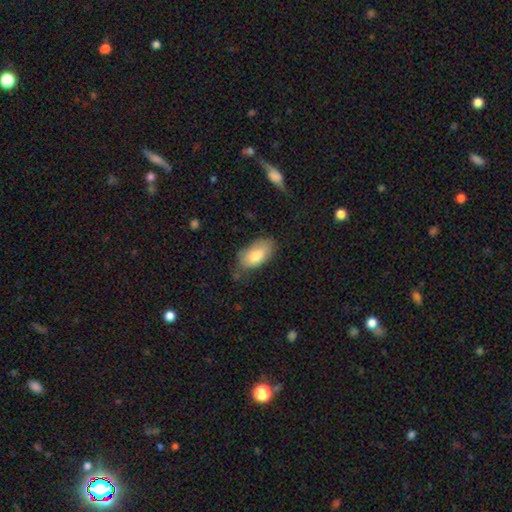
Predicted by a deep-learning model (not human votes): smooth 80%, featured or disk 13%, star or artifact 6%. Down the decision tree: how rounded — in between (94%); merging — none (64%).